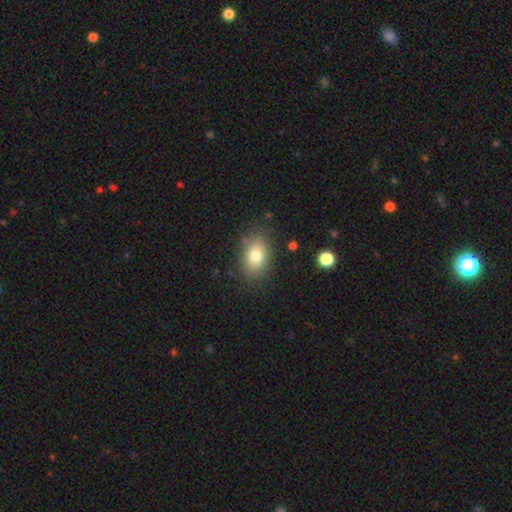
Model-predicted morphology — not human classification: smooth 78%, featured or disk 12%, star or artifact 10%. Down the decision tree: how rounded — in between (83%); merging — none (83%).